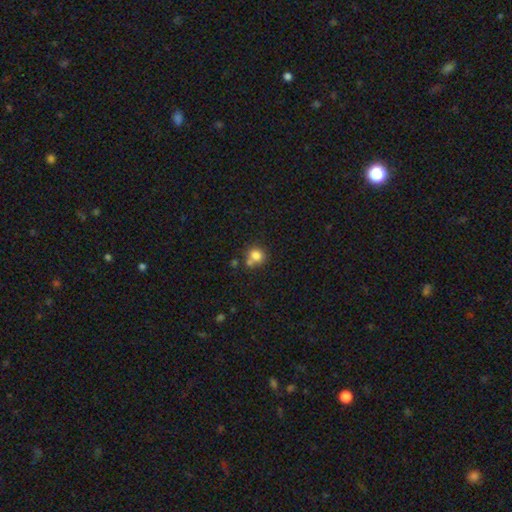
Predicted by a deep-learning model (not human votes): The model was most divided on "merging": none: 54%, merger: 29%, minor disturbance: 13%, major disturbance: 4%. More confident: how rounded — round (80%); smooth or featured — smooth (80%).